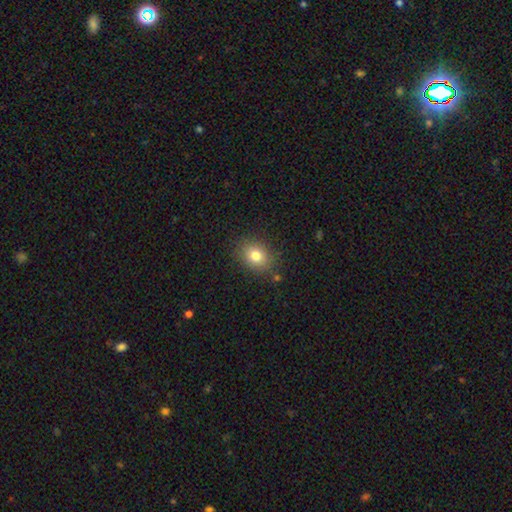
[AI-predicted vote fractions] The model was most divided on "how rounded": round: 50%, in between: 49%, cigar-shaped: 1%. More confident: merging — none (84%); smooth or featured — smooth (80%).